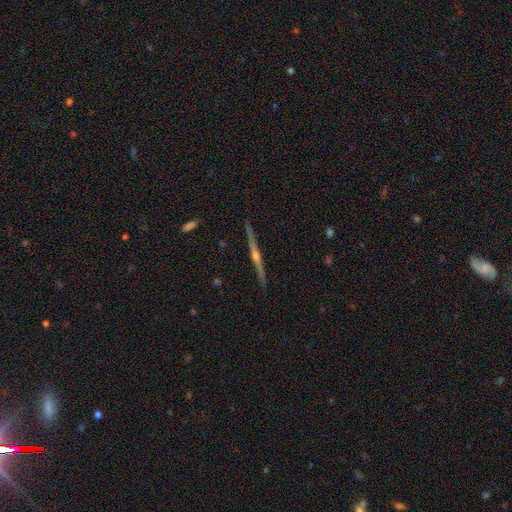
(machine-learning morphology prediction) type=featured or disk (87%); edge-on=yes (99%); edge-on bulge=rounded (91%); merging=none (92%).